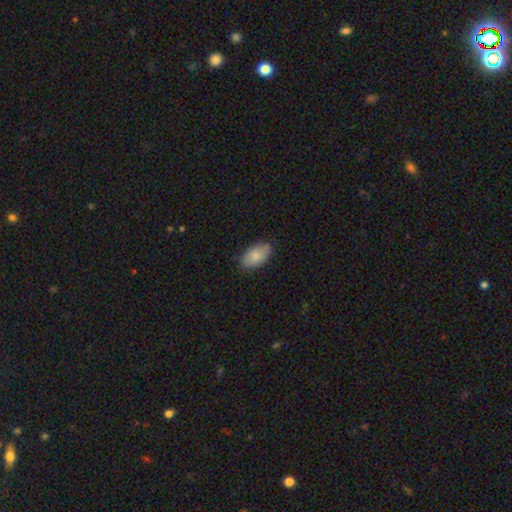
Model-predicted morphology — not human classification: Smooth or featured? Predicted: smooth (p=0.85). How rounded? Predicted: in between (p=0.94). Merging? Predicted: none (p=0.85).